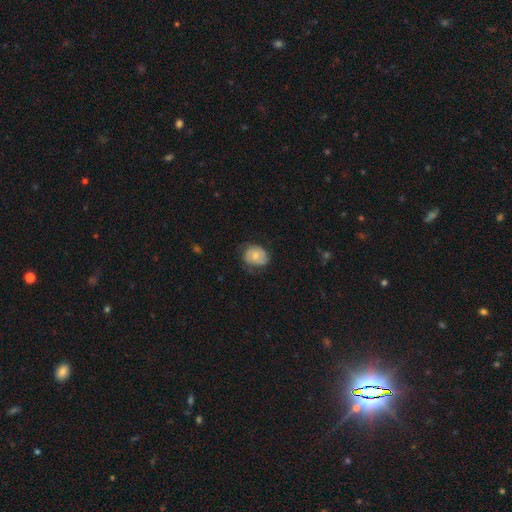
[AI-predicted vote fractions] Smooth or featured? Predicted: featured or disk (p=0.48). Merging? Predicted: none (p=0.63).